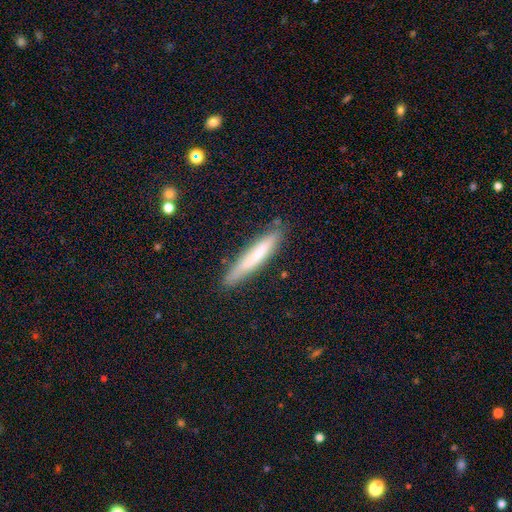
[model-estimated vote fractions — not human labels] Smooth or featured?
  - smooth: 63% *
  - featured or disk: 30%
  - star or artifact: 7%
How rounded?
  - cigar-shaped: 93% *
  - in between: 5%
  - round: 1%
Merging?
  - none: 84% *
  - minor disturbance: 12%
  - major disturbance: 2%
  - merger: 2%